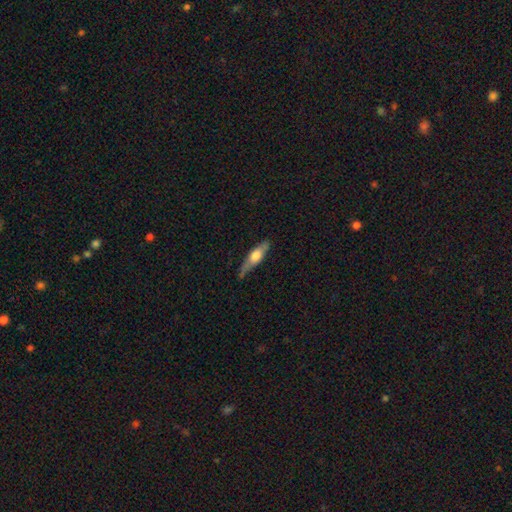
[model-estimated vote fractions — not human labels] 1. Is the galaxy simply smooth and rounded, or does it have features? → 48% featured or disk, 47% smooth, 5% star or artifact.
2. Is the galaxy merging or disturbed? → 70% none, 22% minor disturbance, 5% major disturbance, 3% merger.